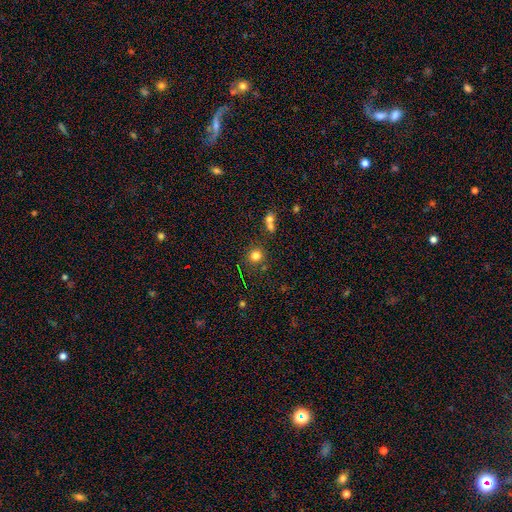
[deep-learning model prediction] This appears to be a smooth galaxy with no disk features (78%) that is round (89%). Merging: none (76%).